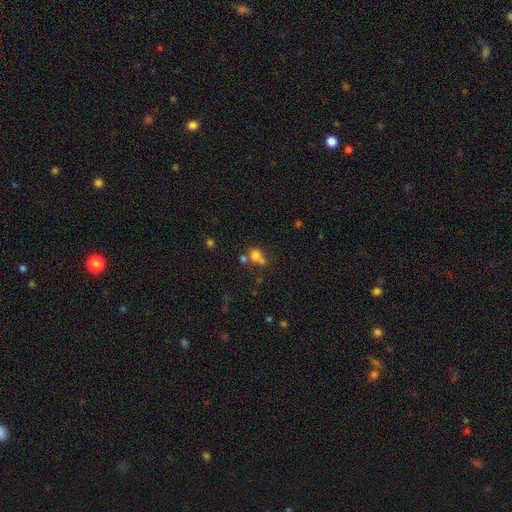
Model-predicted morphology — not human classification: Smooth or featured? smooth (72%)
How rounded? round (72%)
Merging? none (43%)